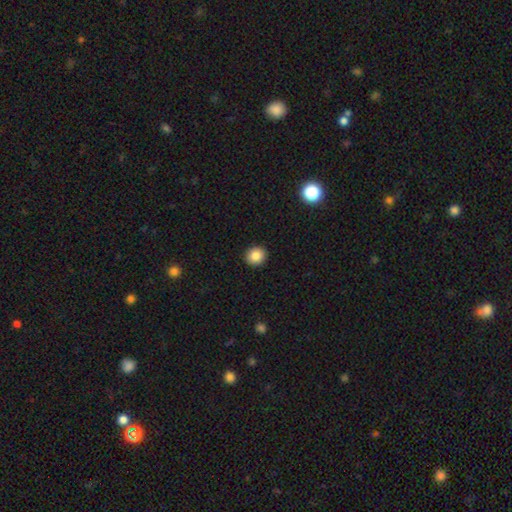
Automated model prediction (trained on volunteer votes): A smooth galaxy with no disk features (85%) that is round (83%).

Vote fractions:
- Smooth or featured? smooth: 85% / star or artifact: 9% / featured or disk: 6%
- How rounded? round: 83% / in between: 16% / cigar-shaped: 1%
- Merging? none: 93% / minor disturbance: 5% / major disturbance: 2% / merger: 1%